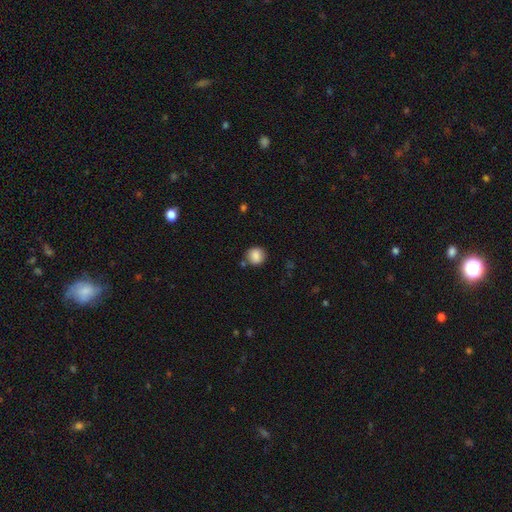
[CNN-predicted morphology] Smooth or featured?
  - smooth: 86% *
  - star or artifact: 9%
  - featured or disk: 6%
How rounded?
  - round: 86% *
  - in between: 13%
  - cigar-shaped: 1%
Merging?
  - none: 79% *
  - minor disturbance: 12%
  - merger: 6%
  - major disturbance: 3%